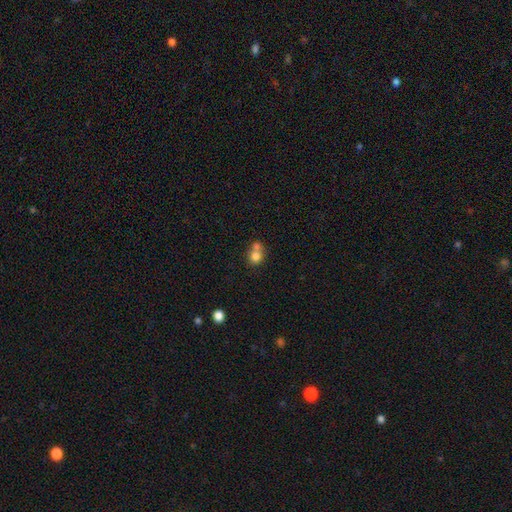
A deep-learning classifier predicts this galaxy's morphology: Smooth or featured: smooth — 77% (featured or disk — 13%)
How rounded: round — 76% (in between — 23%)
Merging: merger — 54% (none — 35%)